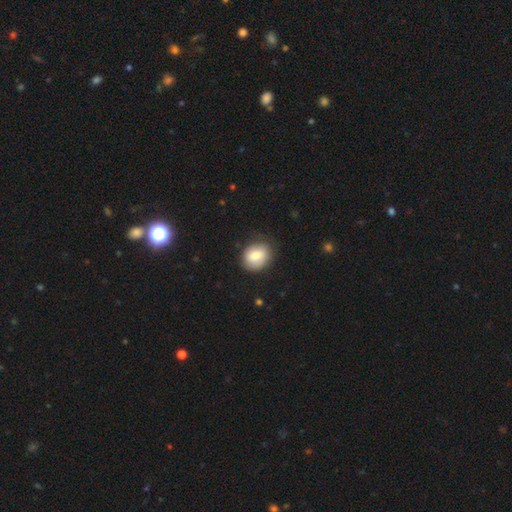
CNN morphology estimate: A smooth galaxy with no disk features (77%) that is round (55%). Merging: none (81%).